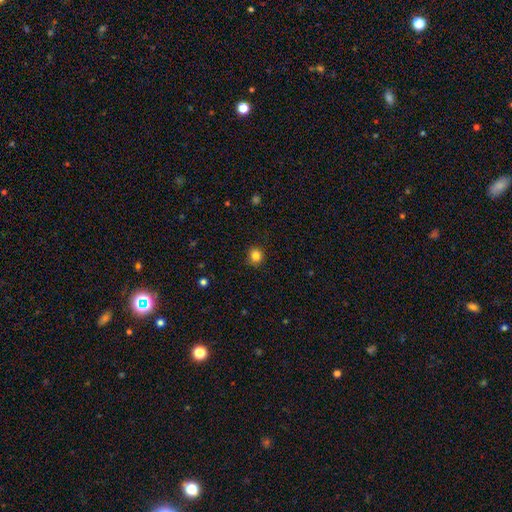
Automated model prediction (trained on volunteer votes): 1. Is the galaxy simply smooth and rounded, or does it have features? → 84% smooth, 12% star or artifact, 4% featured or disk.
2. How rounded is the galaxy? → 89% round, 10% in between, 1% cigar-shaped.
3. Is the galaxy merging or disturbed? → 89% none, 8% minor disturbance, 2% major disturbance, 1% merger.